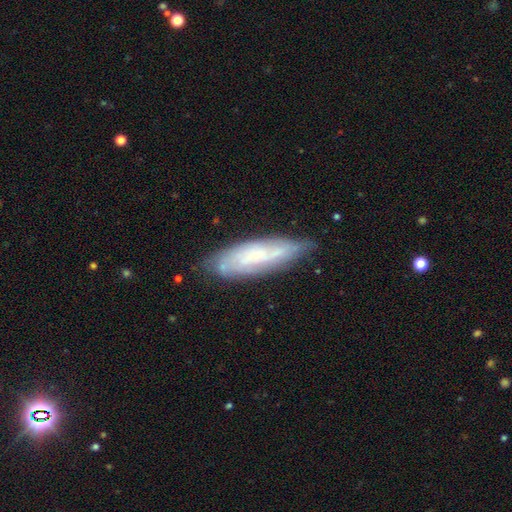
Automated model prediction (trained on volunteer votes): This is possibly a featured or disk galaxy (54%). It is likely not viewed edge-on (70%). Merging: likely none (71%).